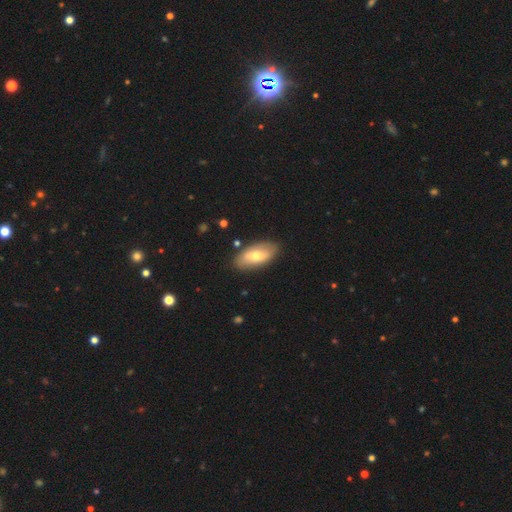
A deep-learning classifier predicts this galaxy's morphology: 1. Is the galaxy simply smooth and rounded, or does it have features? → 55% smooth, 39% featured or disk, 5% star or artifact.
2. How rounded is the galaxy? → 91% in between, 6% cigar-shaped, 3% round.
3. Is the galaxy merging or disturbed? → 84% none, 11% minor disturbance, 3% major disturbance, 2% merger.